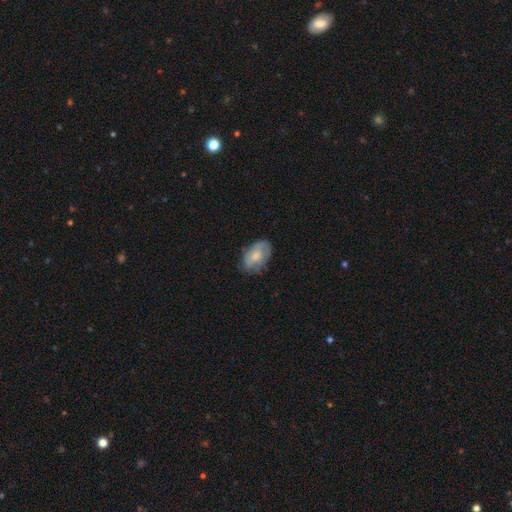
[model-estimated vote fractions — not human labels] This is possibly a smooth galaxy (54%). How rounded: clearly in between (90%). Merging: likely none (65%).